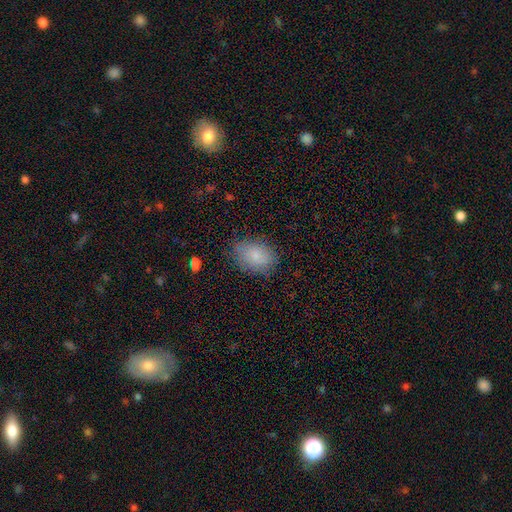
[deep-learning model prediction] Morphology: type=smooth (83%); roundness=in between (81%); merging=none (77%).